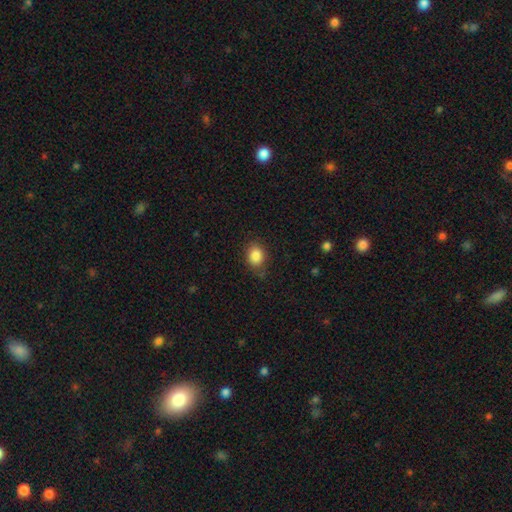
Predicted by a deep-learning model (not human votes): Q: Smooth or featured?
A: smooth (86%); runner-up: star or artifact (9%)
Q: How rounded?
A: in between (53%); runner-up: round (46%)
Q: Merging?
A: none (78%); runner-up: minor disturbance (17%)